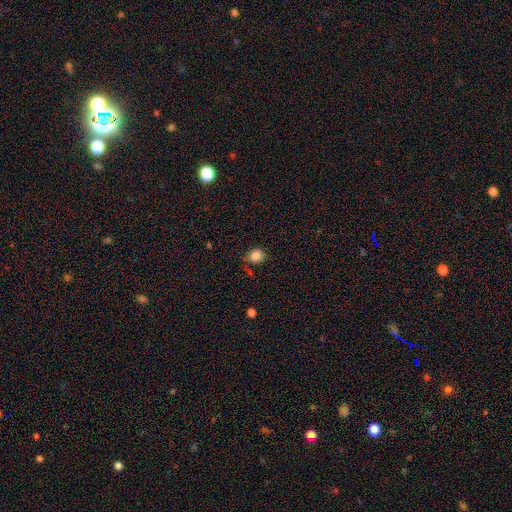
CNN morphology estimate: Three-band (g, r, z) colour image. It shows a smooth galaxy with no disk features (85%) that is round (65%). Merging: none (71%).